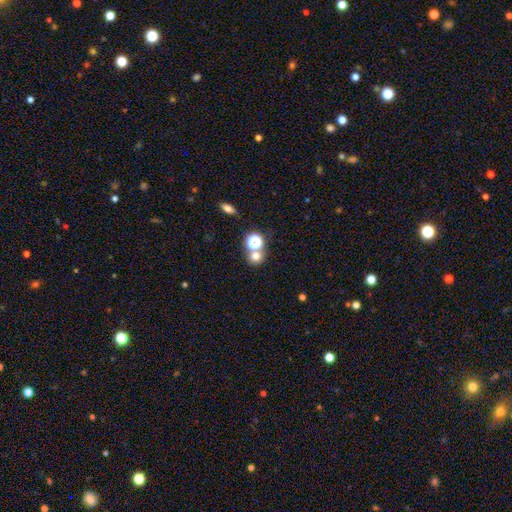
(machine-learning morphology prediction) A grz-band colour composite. It shows a smooth galaxy with no disk features (68%) that is round (84%). Merging: none (59%).